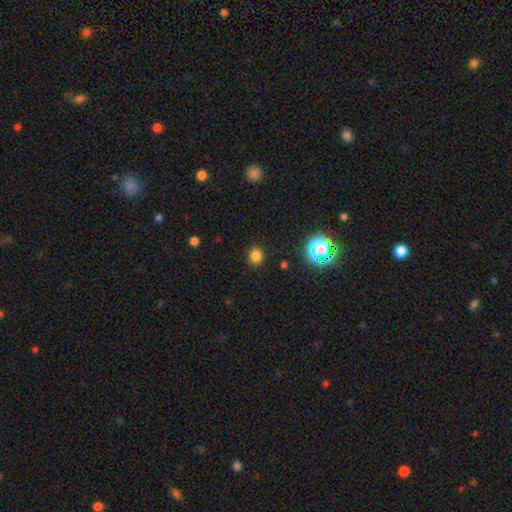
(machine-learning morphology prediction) A smooth galaxy with no disk features (78%) that is round (70%).

Vote fractions:
- Smooth or featured? smooth: 78% / star or artifact: 17% / featured or disk: 4%
- How rounded? round: 70% / in between: 29% / cigar-shaped: 1%
- Merging? none: 88% / minor disturbance: 8% / major disturbance: 3% / merger: 1%